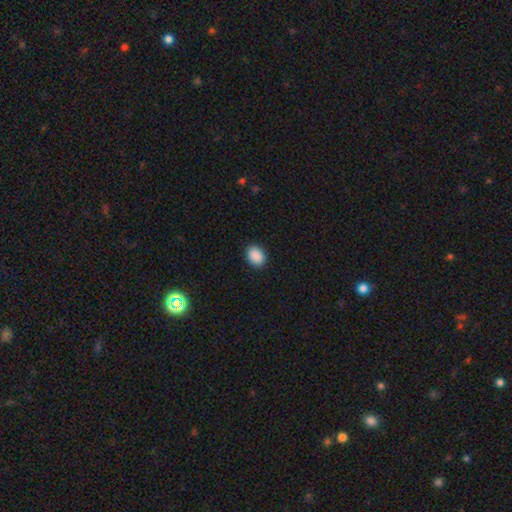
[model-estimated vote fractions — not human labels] The model was most divided on "how rounded": in between: 59%, round: 40%, cigar-shaped: 1%. More confident: merging — none (90%); smooth or featured — smooth (90%).